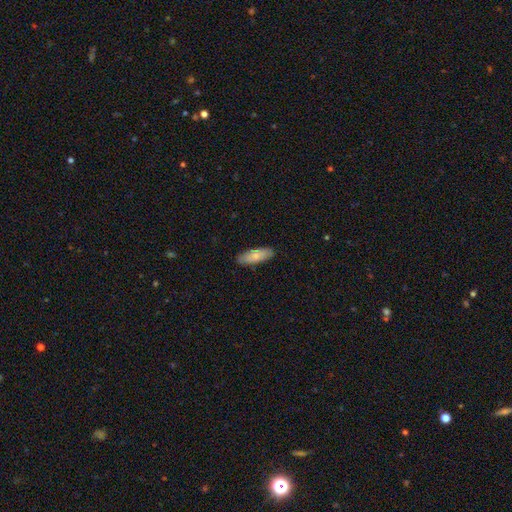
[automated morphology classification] This is likely a smooth galaxy (78%). How rounded: likely in between (67%). Merging: clearly none (86%).